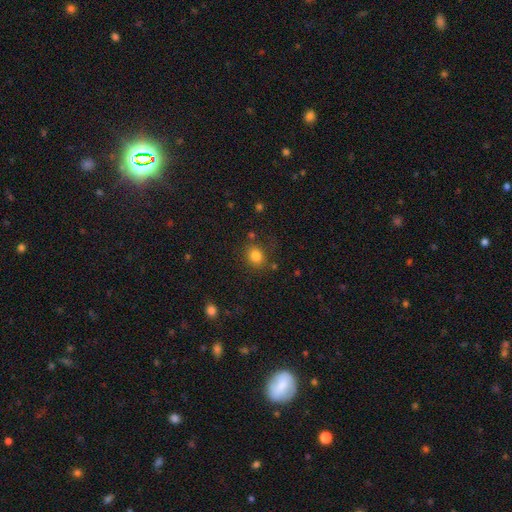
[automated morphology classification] This is clearly a smooth galaxy (81%). How rounded: likely round (65%). Merging: likely none (79%).